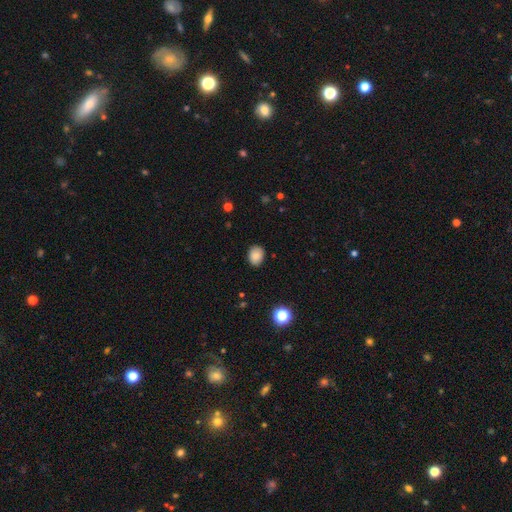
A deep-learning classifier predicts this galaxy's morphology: A smooth galaxy with no disk features (85%) that is in between round and cigar-shaped (58%).

Vote fractions:
- Smooth or featured? smooth: 85% / star or artifact: 10% / featured or disk: 5%
- How rounded? in between: 58% / round: 42% / cigar-shaped: 1%
- Merging? none: 86% / minor disturbance: 11% / major disturbance: 2% / merger: 1%